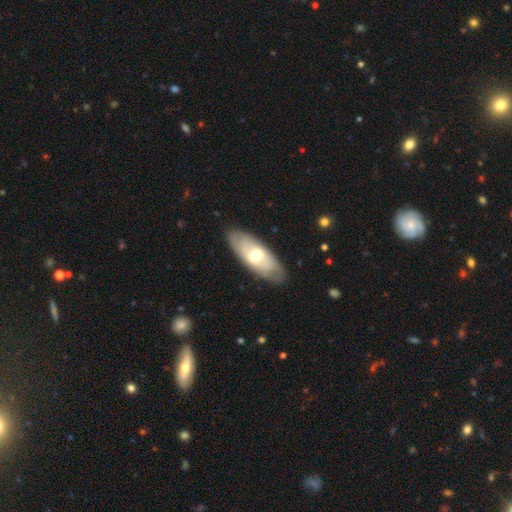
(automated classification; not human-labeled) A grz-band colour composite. It shows a featured or disk galaxy (48%). Merging: none (85%).